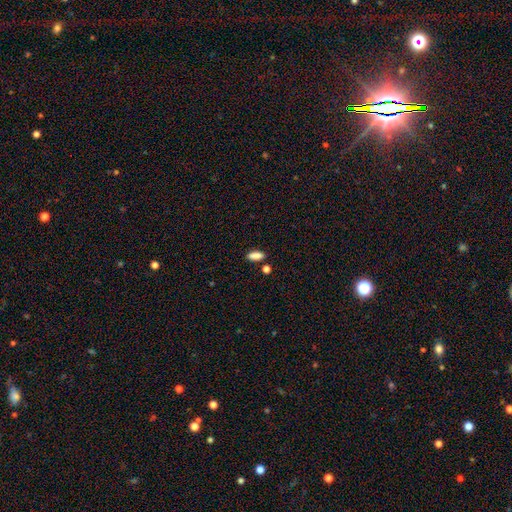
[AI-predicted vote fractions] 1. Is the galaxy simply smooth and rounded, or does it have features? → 87% smooth, 8% star or artifact, 4% featured or disk.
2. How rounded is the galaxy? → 76% in between, 20% cigar-shaped, 4% round.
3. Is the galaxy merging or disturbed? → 82% none, 10% minor disturbance, 6% merger, 3% major disturbance.